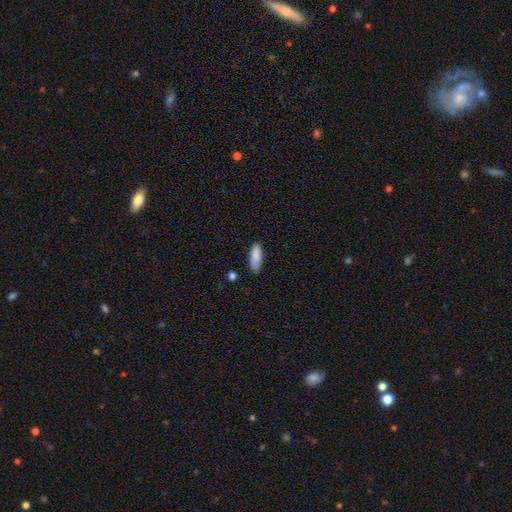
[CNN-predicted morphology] Overall: smooth (87%). How rounded: in between (65%; cigar-shaped 33%). Merging: none (78%).